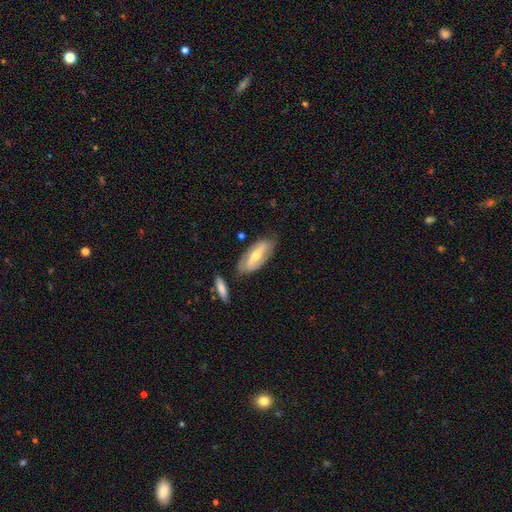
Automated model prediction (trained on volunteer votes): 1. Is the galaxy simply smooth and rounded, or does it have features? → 59% featured or disk, 36% smooth, 6% star or artifact.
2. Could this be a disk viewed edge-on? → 80% no, 20% yes.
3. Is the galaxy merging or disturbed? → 76% none, 16% minor disturbance, 4% major disturbance, 4% merger.